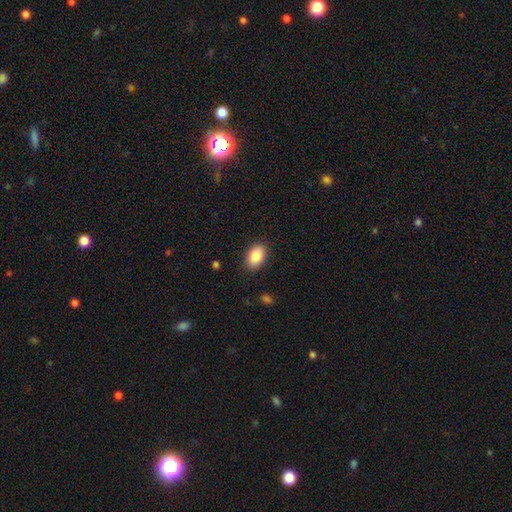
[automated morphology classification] This is clearly a smooth galaxy (87%). How rounded: clearly in between (90%). Merging: clearly none (87%).